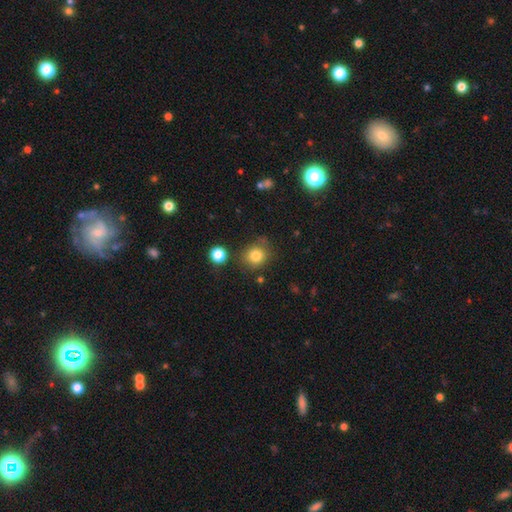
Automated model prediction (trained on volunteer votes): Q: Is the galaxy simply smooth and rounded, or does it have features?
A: smooth — 81%.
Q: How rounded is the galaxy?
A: round — 81%.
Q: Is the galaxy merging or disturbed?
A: none — 75%.